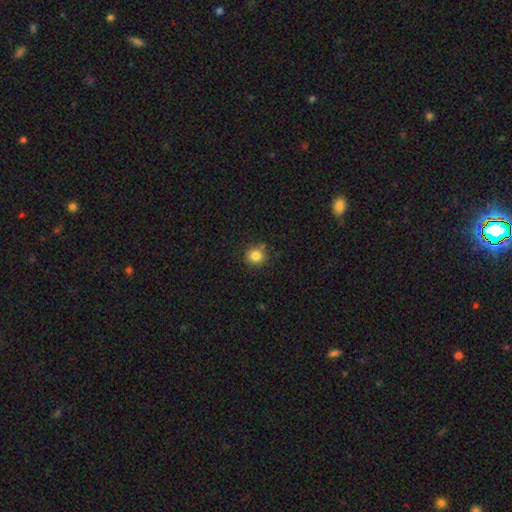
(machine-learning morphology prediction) The model was most divided on "merging": none: 81%, minor disturbance: 11%, merger: 5%, major disturbance: 3%. More confident: how rounded — round (90%); smooth or featured — smooth (84%).